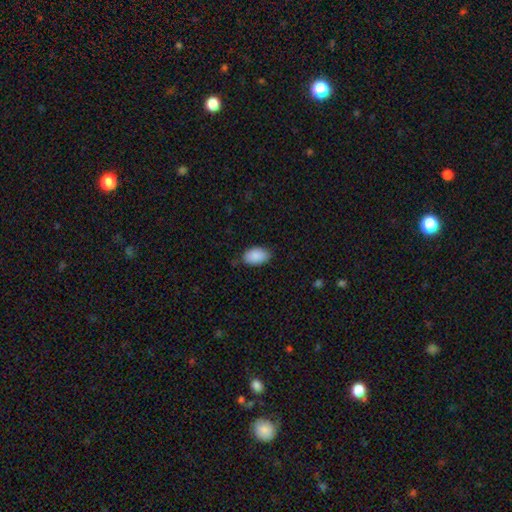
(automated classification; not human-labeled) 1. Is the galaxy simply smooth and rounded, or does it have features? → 90% smooth, 6% star or artifact, 4% featured or disk.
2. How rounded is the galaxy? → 93% in between, 6% round, 1% cigar-shaped.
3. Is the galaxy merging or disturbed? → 80% none, 17% minor disturbance, 3% major disturbance, 1% merger.